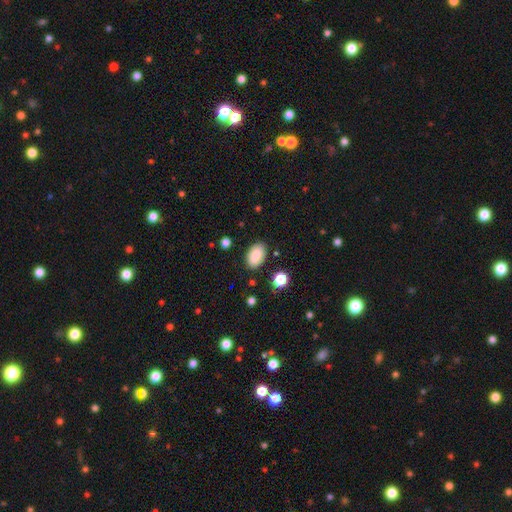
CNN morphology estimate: A smooth galaxy with no disk features (86%) that is in between round and cigar-shaped (91%). Merging: none (84%).